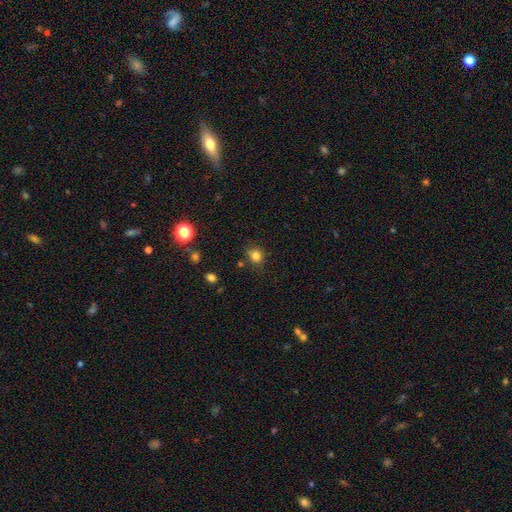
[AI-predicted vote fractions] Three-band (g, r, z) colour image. It shows a smooth galaxy with no disk features (81%) that is round (79%). Merging: none (79%).